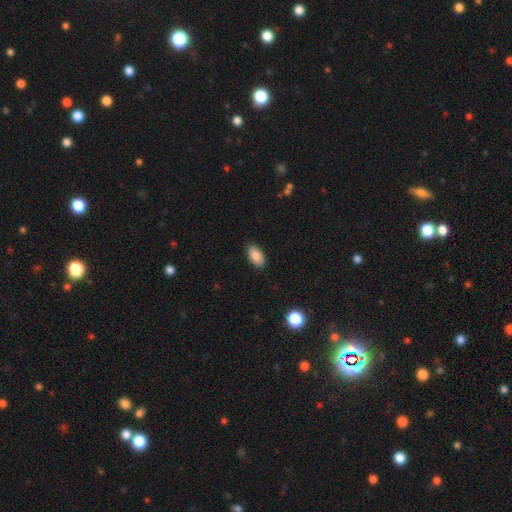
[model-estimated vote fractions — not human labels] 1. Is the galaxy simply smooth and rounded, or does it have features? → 86% smooth, 7% star or artifact, 6% featured or disk.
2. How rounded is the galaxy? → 94% in between, 3% round, 3% cigar-shaped.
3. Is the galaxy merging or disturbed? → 88% none, 9% minor disturbance, 2% major disturbance, 1% merger.